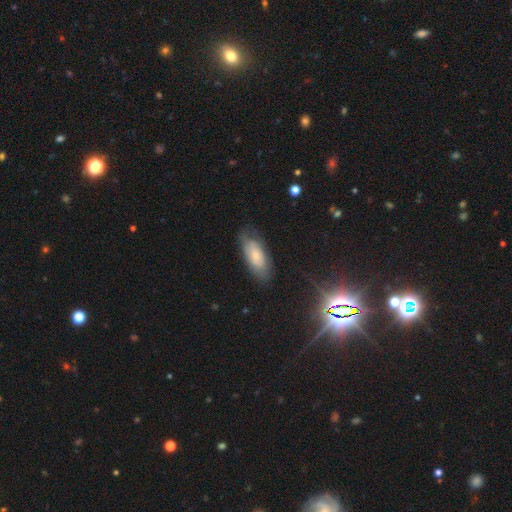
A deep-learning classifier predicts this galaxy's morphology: Smooth or featured? Predicted: smooth (p=0.54). How rounded? Predicted: in between (p=0.84). Merging? Predicted: none (p=0.68).